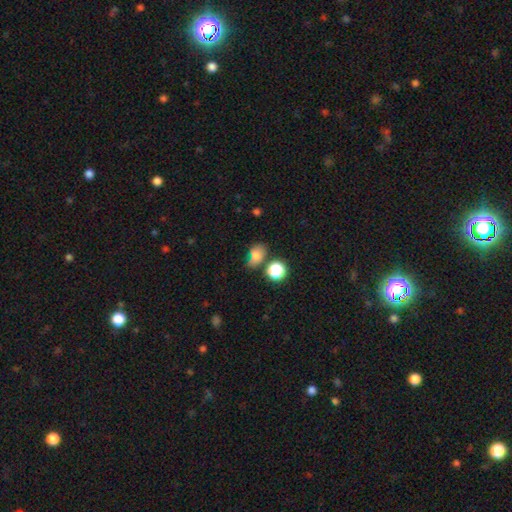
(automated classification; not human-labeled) Smooth or featured: smooth — 75% (star or artifact — 16%)
How rounded: in between — 63% (round — 35%)
Merging: none — 50% (minor disturbance — 25%)